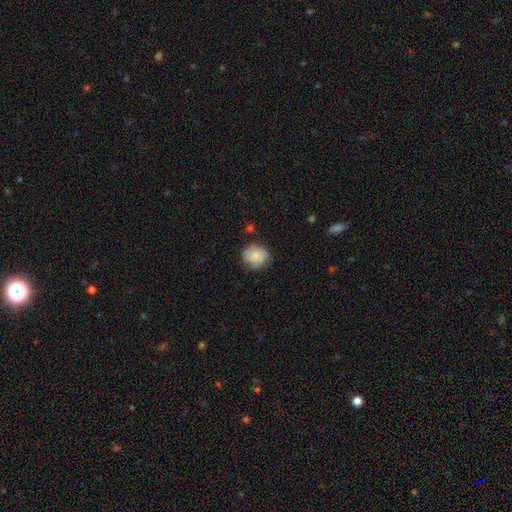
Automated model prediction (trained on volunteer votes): This appears to be a smooth galaxy with no disk features (72%) that is round (74%). Merging: none (68%).